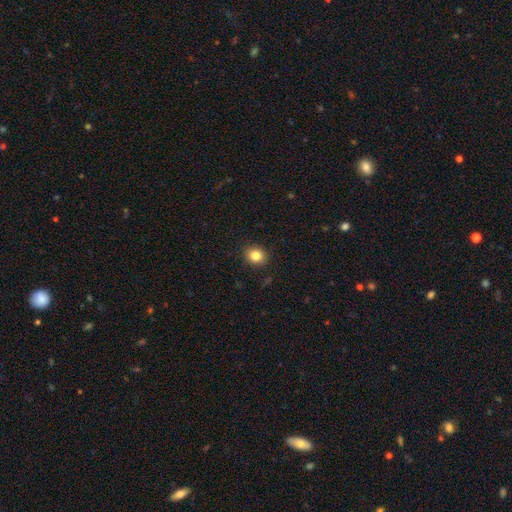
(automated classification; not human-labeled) Overall: smooth (83%). How rounded: round (73%). Merging: none (91%).